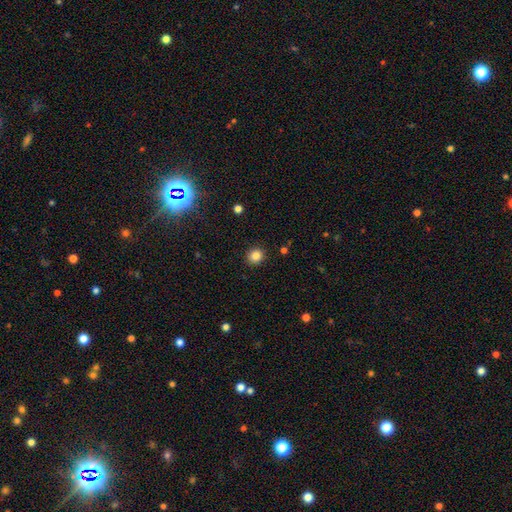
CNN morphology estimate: This appears to be a smooth galaxy with no disk features (84%) that is round (80%). Merging: none (90%).